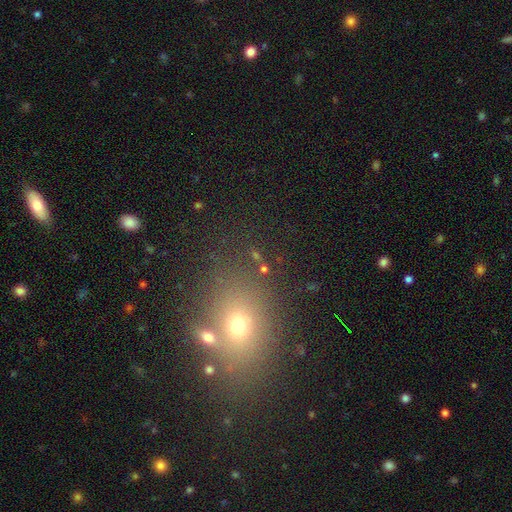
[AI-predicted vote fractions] Smooth or featured?
  - smooth: 55% *
  - star or artifact: 31%
  - featured or disk: 14%
How rounded?
  - round: 54% *
  - in between: 43%
  - cigar-shaped: 3%
Merging?
  - none: 69% *
  - merger: 13%
  - minor disturbance: 11%
  - major disturbance: 7%